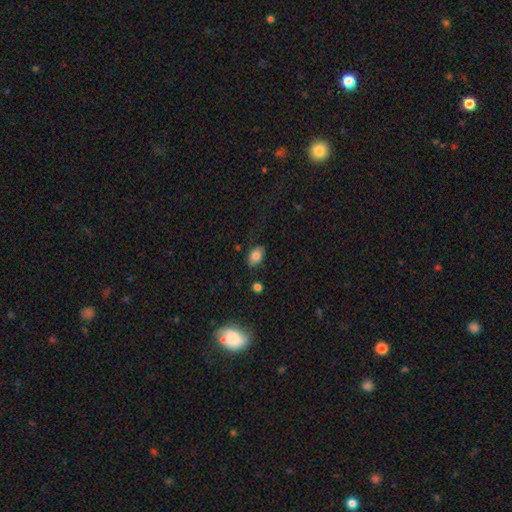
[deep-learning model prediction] Smooth or featured?
  - smooth: 81% *
  - featured or disk: 10%
  - star or artifact: 9%
How rounded?
  - in between: 86% *
  - round: 12%
  - cigar-shaped: 1%
Merging?
  - none: 78% *
  - minor disturbance: 16%
  - major disturbance: 4%
  - merger: 2%